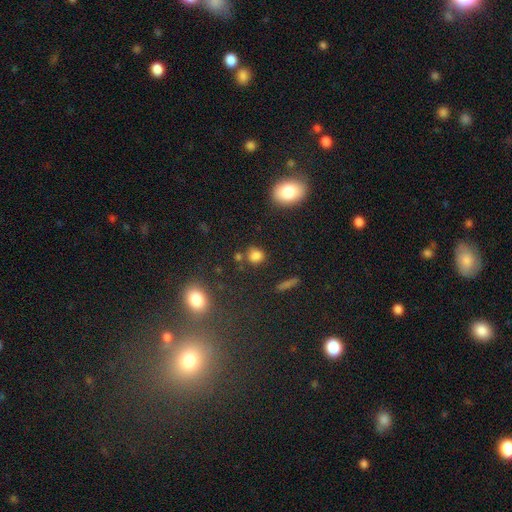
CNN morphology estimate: smooth 78%, star or artifact 16%, featured or disk 6%. Down the decision tree: how rounded — round (73%); merging — none (68%).